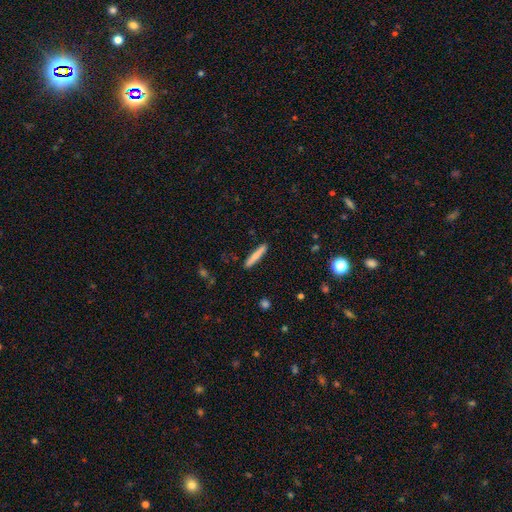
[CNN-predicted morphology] A smooth galaxy with no disk features (77%) that is cigar-shaped (94%).

Vote fractions:
- Smooth or featured? smooth: 77% / featured or disk: 17% / star or artifact: 6%
- How rounded? cigar-shaped: 94% / in between: 4% / round: 1%
- Merging? none: 90% / minor disturbance: 7% / major disturbance: 2% / merger: 1%